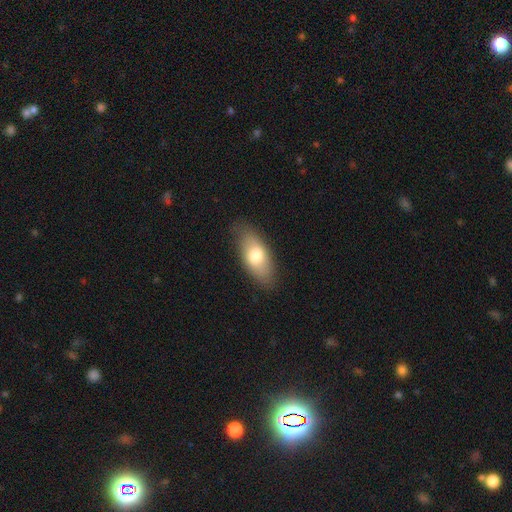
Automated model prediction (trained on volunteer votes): Smooth or featured?
  - smooth: 73% *
  - featured or disk: 21%
  - star or artifact: 6%
How rounded?
  - in between: 84% *
  - cigar-shaped: 12%
  - round: 4%
Merging?
  - none: 82% *
  - minor disturbance: 13%
  - major disturbance: 3%
  - merger: 1%